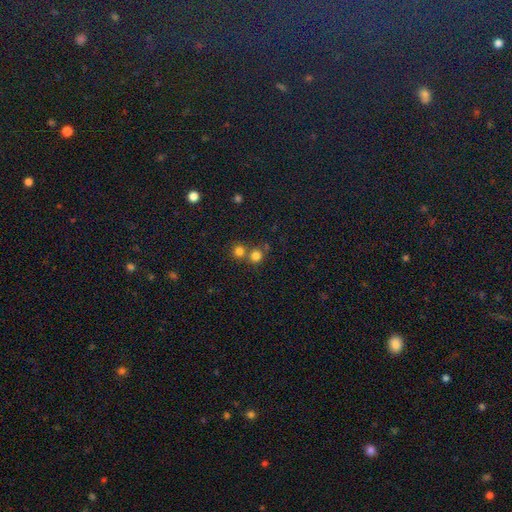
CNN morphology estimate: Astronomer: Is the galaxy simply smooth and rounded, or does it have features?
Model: smooth — 78%.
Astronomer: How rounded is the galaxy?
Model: round — 89%.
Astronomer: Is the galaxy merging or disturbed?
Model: none — 57% (runner-up: merger, 34%).